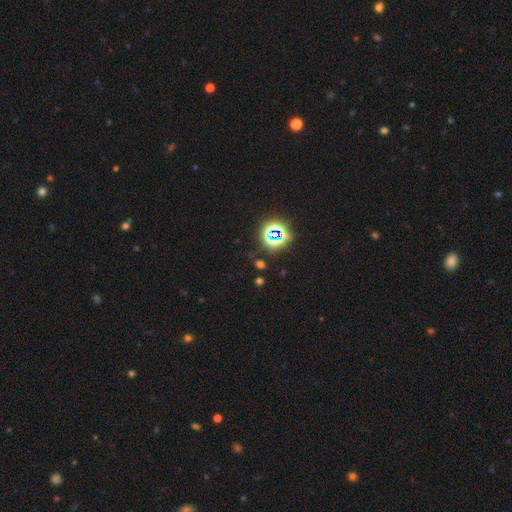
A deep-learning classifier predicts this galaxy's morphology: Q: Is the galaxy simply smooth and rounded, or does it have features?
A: star or artifact — 75%.